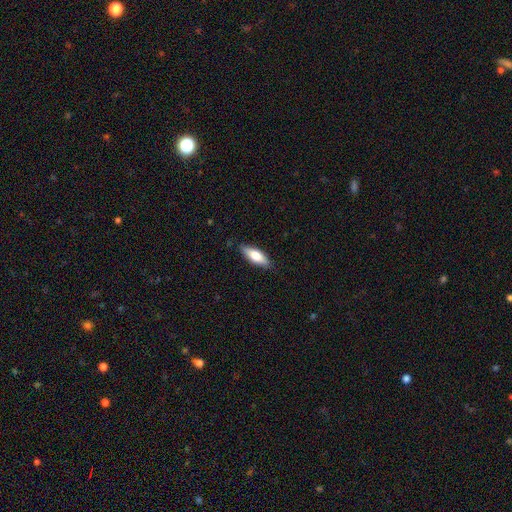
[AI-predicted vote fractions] smooth-or-featured: smooth: 71% | featured or disk: 23% | star or artifact: 6%
  how-rounded: in between: 63% | cigar-shaped: 35% | round: 2%
  merging: none: 84% | minor disturbance: 12% | major disturbance: 2% | merger: 1%